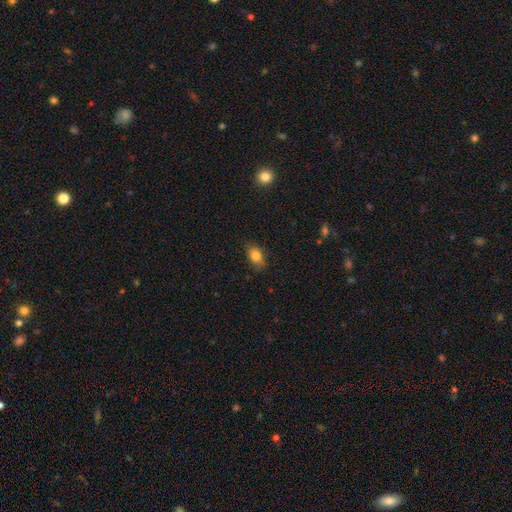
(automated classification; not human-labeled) The model was most divided on "how rounded": in between: 75%, round: 23%, cigar-shaped: 2%. More confident: smooth or featured — smooth (83%); merging — none (77%).